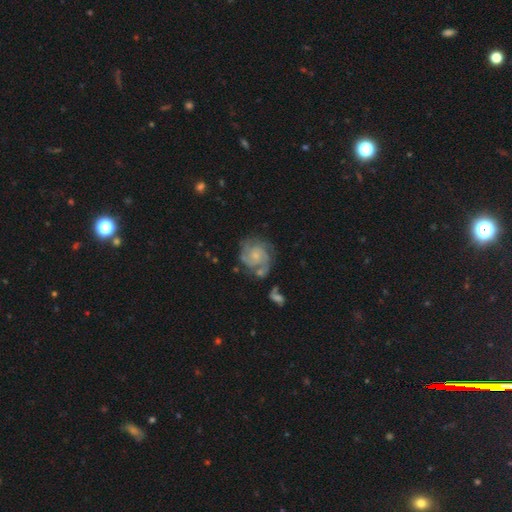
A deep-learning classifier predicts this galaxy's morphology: Q: Smooth or featured?
A: featured or disk (78%); runner-up: smooth (16%)
Q: Edge-on disk?
A: no (98%); runner-up: yes (2%)
Q: Bar?
A: no (73%); runner-up: weak (24%)
Q: Spiral arms?
A: yes (93%); runner-up: no (7%)
Q: Spiral winding?
A: tight (50%); runner-up: medium (39%)
Q: Spiral arm count?
A: 2 (37%); runner-up: 3 (27%)
Q: Bulge size?
A: small (60%); runner-up: moderate (27%)
Q: Merging?
A: none (53%); runner-up: minor disturbance (19%)